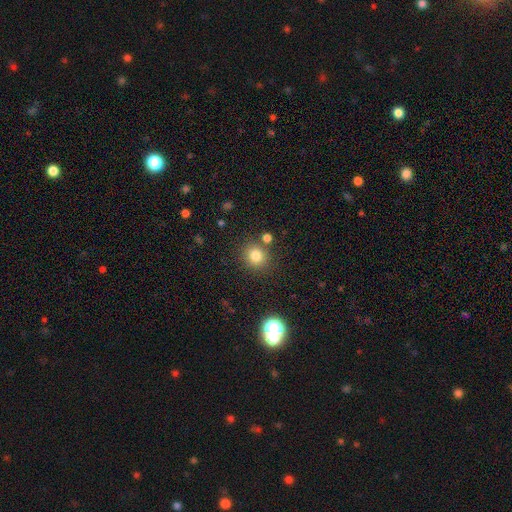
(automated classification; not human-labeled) Smooth or featured? smooth (80%)
How rounded? round (86%)
Merging? none (81%)